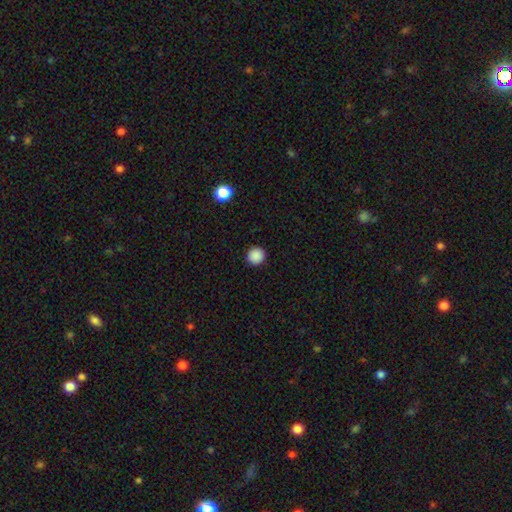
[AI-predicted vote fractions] smooth-or-featured: smooth: 88% | star or artifact: 10% | featured or disk: 2%
  how-rounded: round: 95% | in between: 4% | cigar-shaped: 1%
  merging: none: 93% | minor disturbance: 4% | major disturbance: 2% | merger: 1%